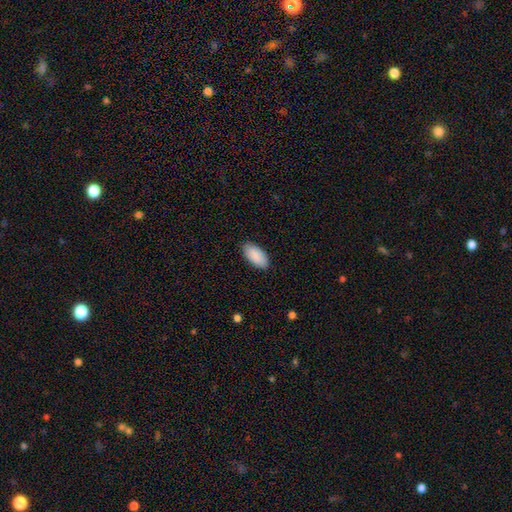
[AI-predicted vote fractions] This is clearly a smooth galaxy (91%). How rounded: clearly in between (95%). Merging: clearly none (89%).